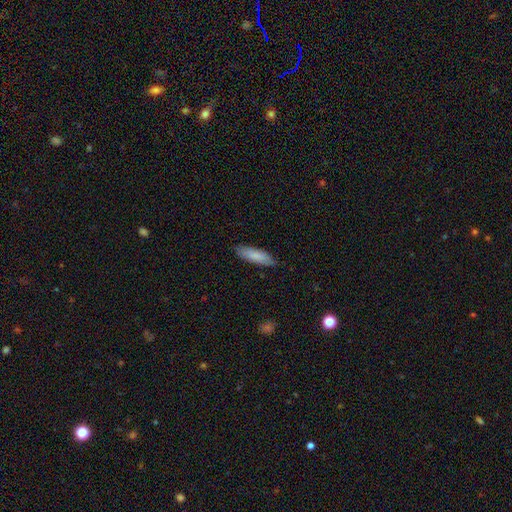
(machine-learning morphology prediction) A smooth galaxy with no disk features (84%) that is cigar-shaped (57%). Merging: none (85%).